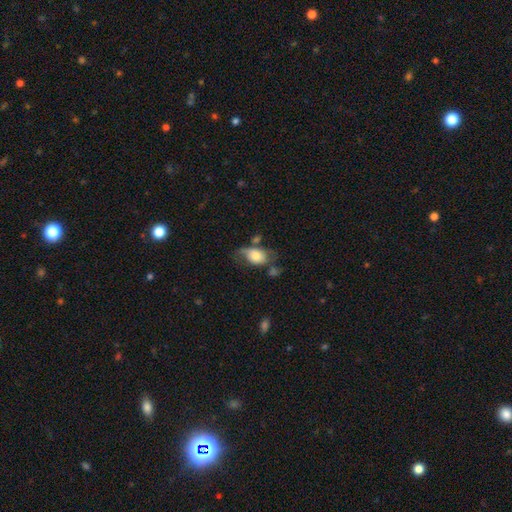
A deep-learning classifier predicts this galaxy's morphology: This is likely a smooth galaxy (66%). How rounded: clearly in between (82%). Merging: marginally none (34%).